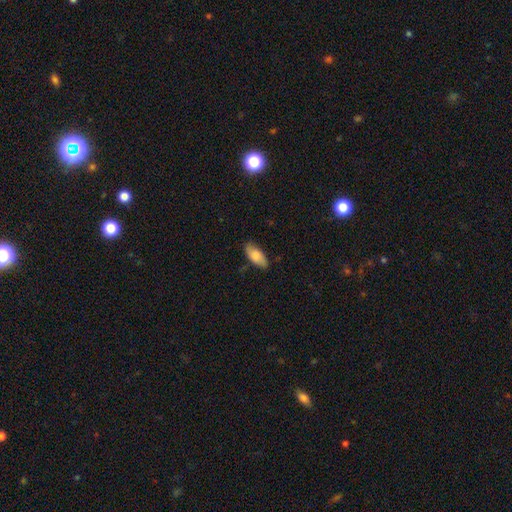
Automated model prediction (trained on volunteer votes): Smooth or featured? smooth (81%)
How rounded? in between (87%)
Merging? none (79%)